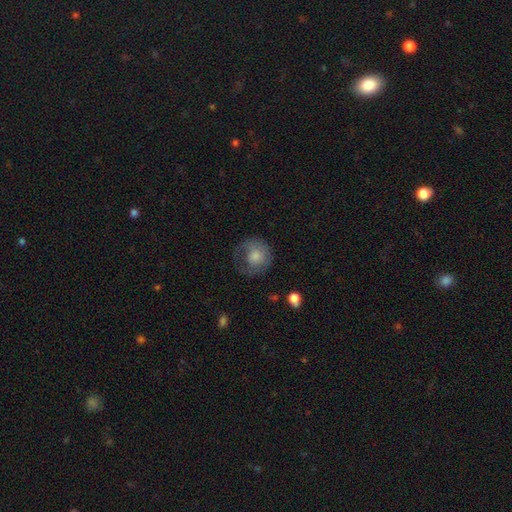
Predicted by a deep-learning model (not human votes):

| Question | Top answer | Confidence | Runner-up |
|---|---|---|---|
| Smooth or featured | smooth | 67% | featured or disk (25%) |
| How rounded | round | 84% | in between (15%) |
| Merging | none | 48% | major disturbance (27%) |